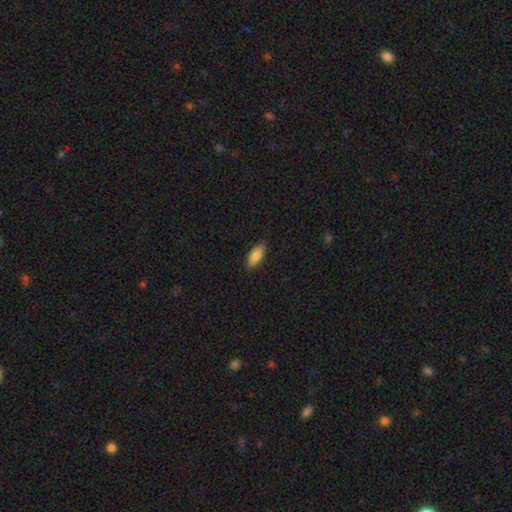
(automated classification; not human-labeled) Smooth or featured?
  - smooth: 85% *
  - featured or disk: 8%
  - star or artifact: 6%
How rounded?
  - in between: 77% *
  - cigar-shaped: 21%
  - round: 2%
Merging?
  - none: 86% *
  - minor disturbance: 11%
  - major disturbance: 2%
  - merger: 1%